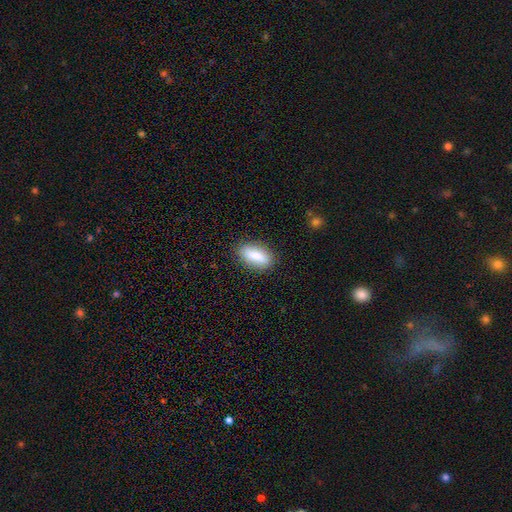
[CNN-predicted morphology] smooth_or_featured: smooth (p=0.80) [alt: featured or disk p=0.13]
how_rounded: in between (p=0.80) [alt: cigar-shaped p=0.16]
merging: none (p=0.85) [alt: minor disturbance p=0.11]